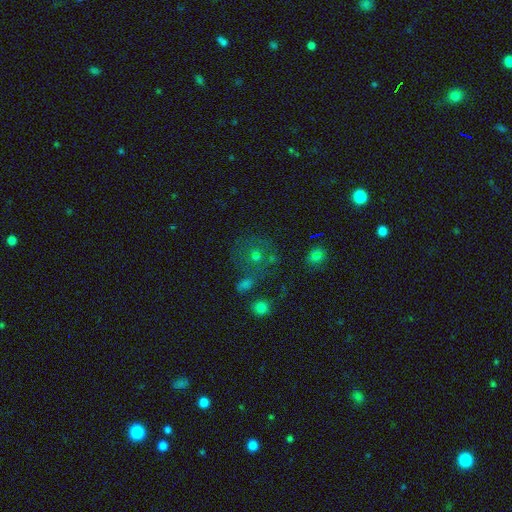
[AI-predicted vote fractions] A star or artifact, not a galaxy (39%).

Vote fractions:
- Smooth or featured? star or artifact: 39% / smooth: 36% / featured or disk: 25%